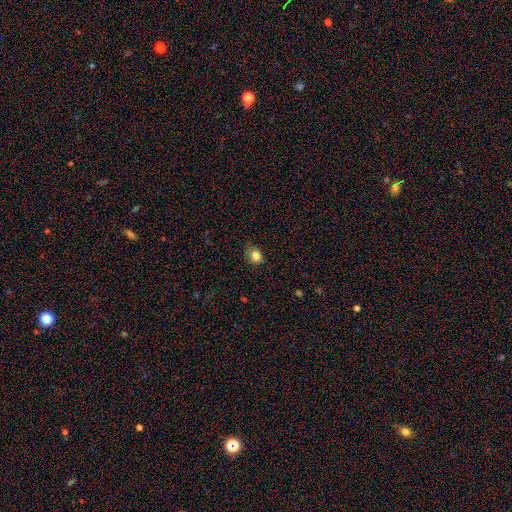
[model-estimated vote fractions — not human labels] A smooth galaxy with no disk features (84%) that is round (58%). Merging: none (65%).